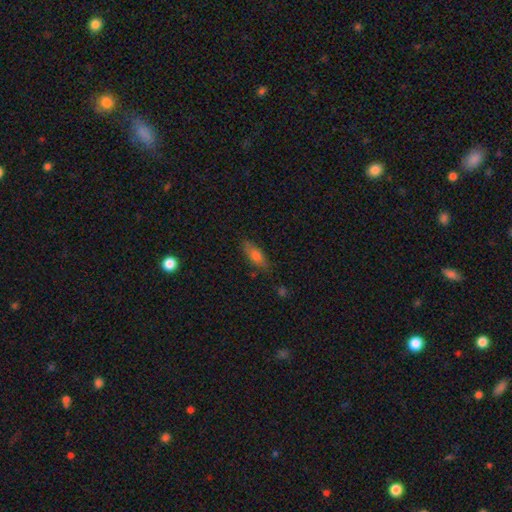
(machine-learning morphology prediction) Smooth or featured: smooth — 71% (featured or disk — 21%)
How rounded: in between — 65% (cigar-shaped — 32%)
Merging: none — 80% (minor disturbance — 15%)